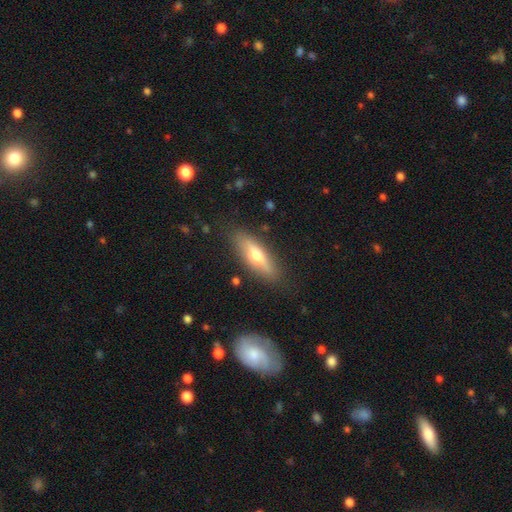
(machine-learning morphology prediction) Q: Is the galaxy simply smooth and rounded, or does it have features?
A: smooth — 48%.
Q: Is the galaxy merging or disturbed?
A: none — 84%.